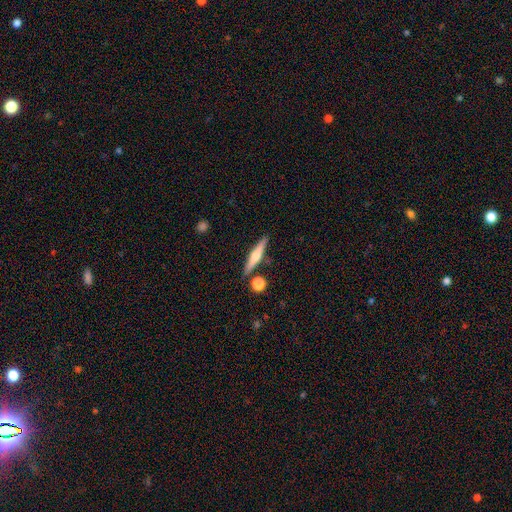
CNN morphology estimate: Smooth or featured?
  - featured or disk: 52% *
  - smooth: 42%
  - star or artifact: 6%
Edge-on disk?
  - yes: 96% *
  - no: 4%
Merging?
  - none: 83% *
  - minor disturbance: 9%
  - merger: 6%
  - major disturbance: 2%